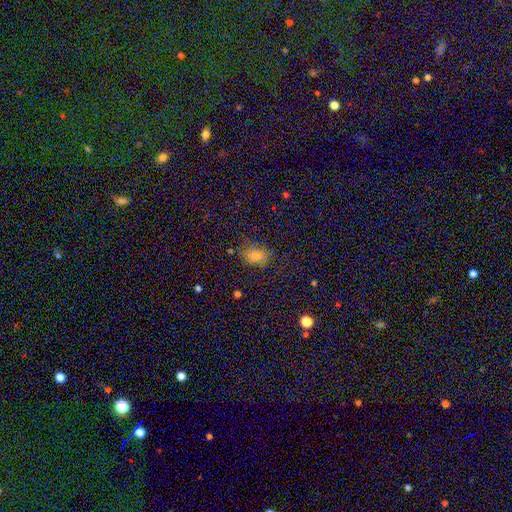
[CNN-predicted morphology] smooth 74%, star or artifact 18%, featured or disk 8%. Down the decision tree: how rounded — in between (62%); merging — none (75%).